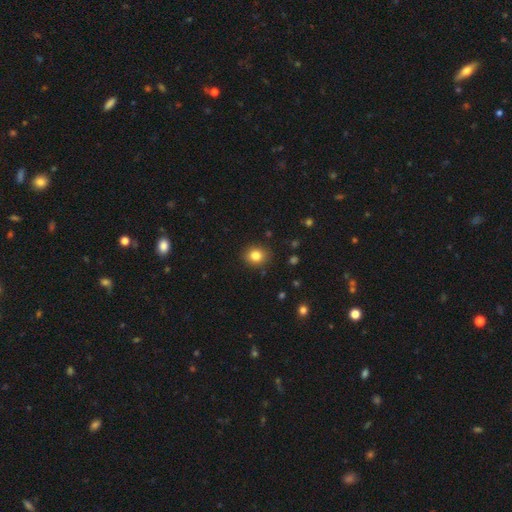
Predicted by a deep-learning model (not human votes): Smooth or featured: smooth — 83% (star or artifact — 11%)
How rounded: round — 74% (in between — 25%)
Merging: none — 88% (minor disturbance — 8%)